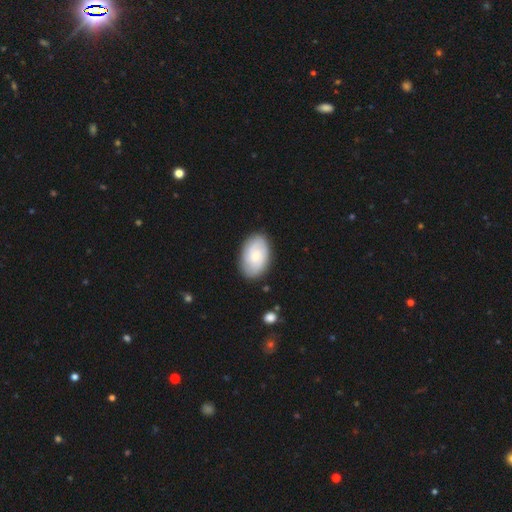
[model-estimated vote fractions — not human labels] This is possibly a featured or disk galaxy (48%). Merging: clearly none (84%).